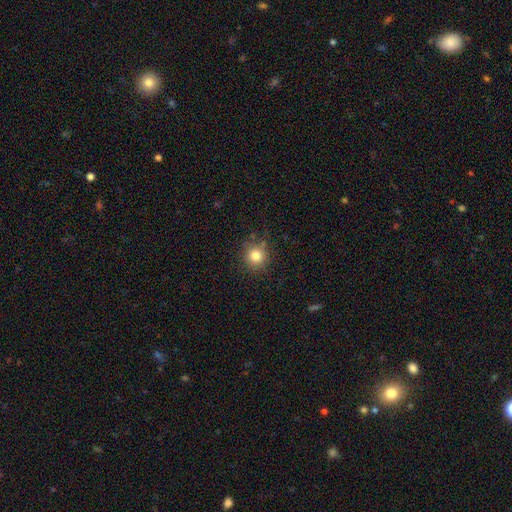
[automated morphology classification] Overall: smooth (82%). How rounded: round (93%). Merging: none (85%).